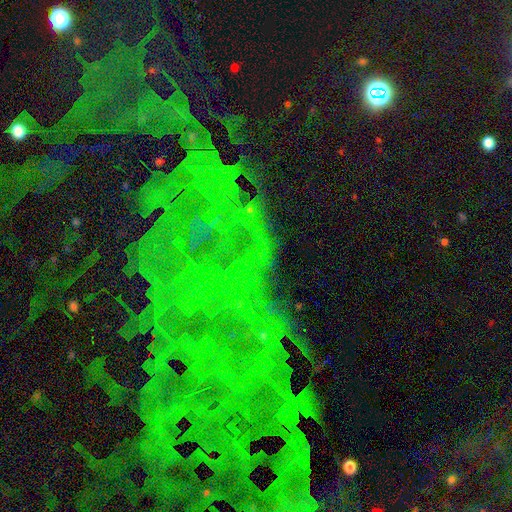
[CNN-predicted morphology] Overall: star or artifact (80%).